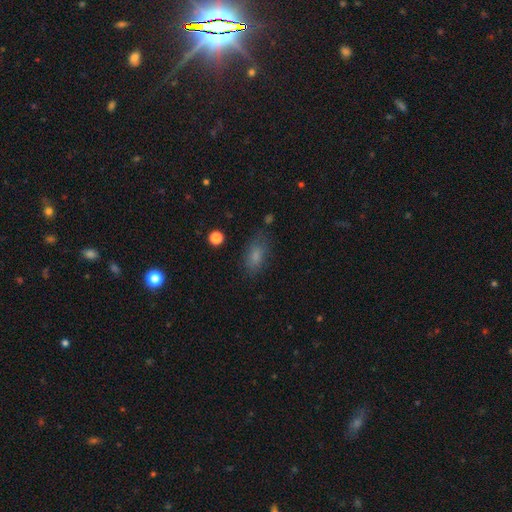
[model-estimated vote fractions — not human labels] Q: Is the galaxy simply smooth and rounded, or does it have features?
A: smooth — 78%.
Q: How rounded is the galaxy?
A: in between — 85%.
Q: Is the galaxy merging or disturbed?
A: none — 72%.